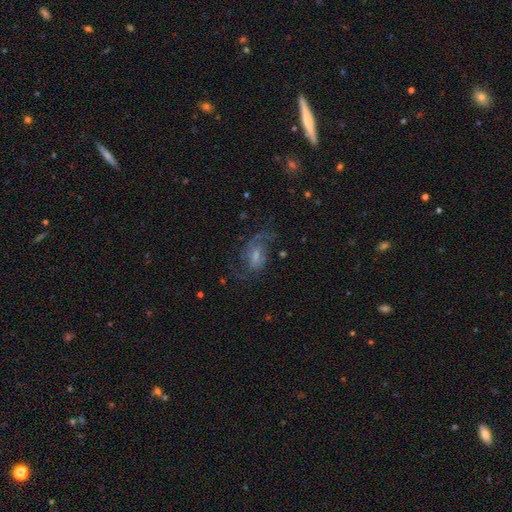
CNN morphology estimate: featured or disk 70%, smooth 16%, star or artifact 14%. Down the decision tree: edge-on disk — no (96%); bar — no (46%); spiral arms — yes (89%); spiral arm count — 2 (60%); spiral winding — medium (47%); bulge size — small (47%); merging — none (58%).